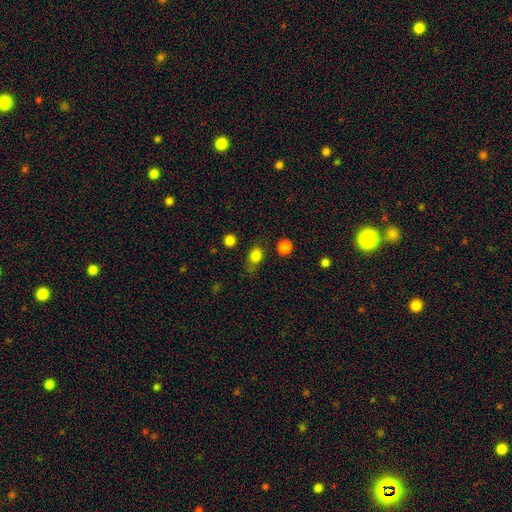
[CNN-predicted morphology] Smooth or featured? smooth (83%)
How rounded? round (53%)
Merging? none (68%)